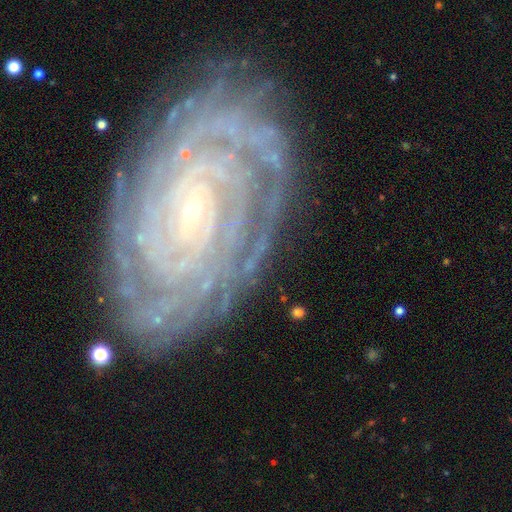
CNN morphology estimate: Smooth or featured: featured or disk — 89% (star or artifact — 6%)
Edge-on disk: no — 96% (yes — 4%)
Bar: no — 58% (weak — 27%)
Spiral arms: yes — 98% (no — 2%)
Spiral winding: tight — 86% (medium — 12%)
Spiral arm count: more than 4 — 24% (can't tell — 23%)
Bulge size: small — 88% (moderate — 7%)
Merging: none — 79% (minor disturbance — 14%)